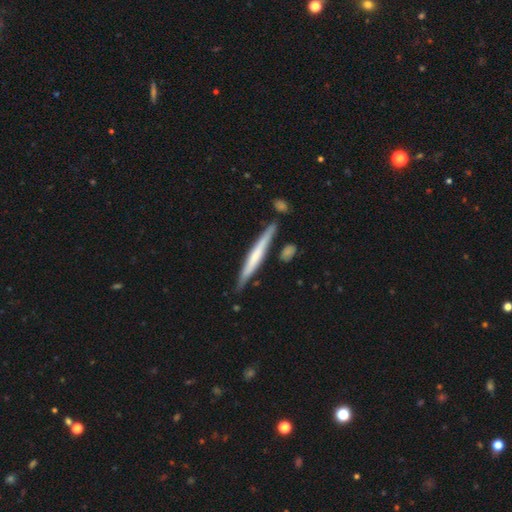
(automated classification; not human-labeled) Smooth or featured? featured or disk (51%)
Edge-on disk? yes (95%)
Merging? none (81%)